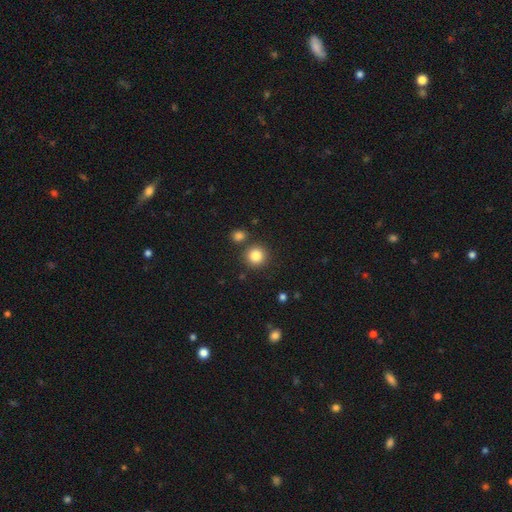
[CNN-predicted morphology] This appears to be a smooth galaxy with no disk features (84%) that is round (92%). Merging: none (83%).